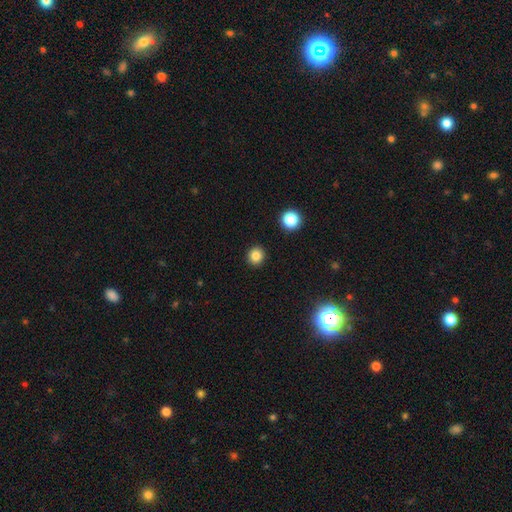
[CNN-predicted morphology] Smooth or featured?
  - smooth: 83% *
  - star or artifact: 13%
  - featured or disk: 5%
How rounded?
  - round: 90% *
  - in between: 9%
  - cigar-shaped: 1%
Merging?
  - none: 91% *
  - minor disturbance: 5%
  - major disturbance: 2%
  - merger: 1%